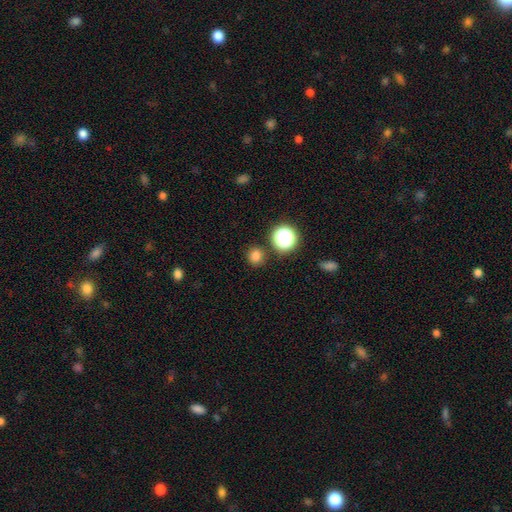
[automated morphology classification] The model was most divided on "smooth or featured": smooth: 78%, star or artifact: 17%, featured or disk: 5%. More confident: how rounded — round (88%); merging — none (86%).